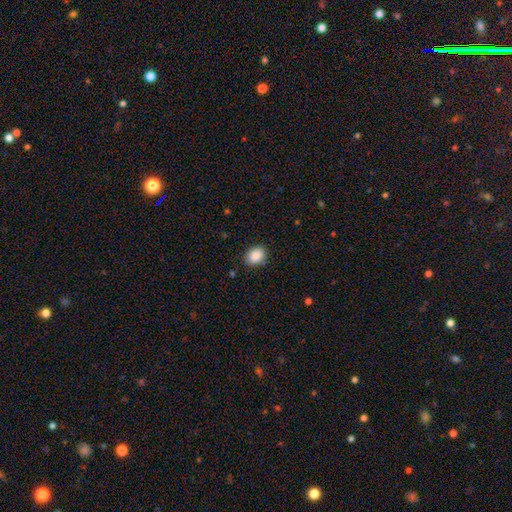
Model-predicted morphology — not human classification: This is clearly a smooth galaxy (89%). How rounded: likely in between (61%). Merging: clearly none (86%).